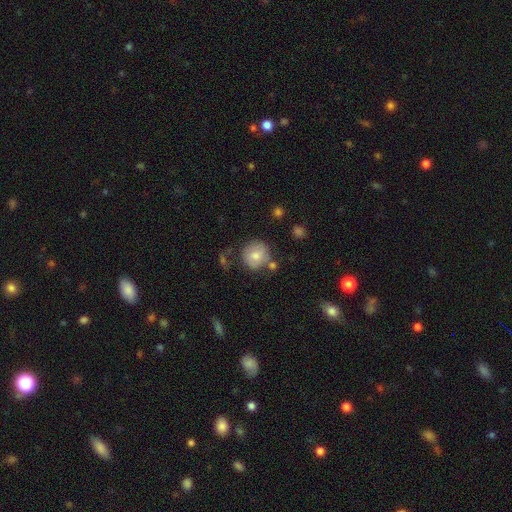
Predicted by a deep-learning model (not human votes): Smooth or featured: smooth — 73% (featured or disk — 19%)
How rounded: round — 88% (in between — 11%)
Merging: none — 65% (minor disturbance — 18%)